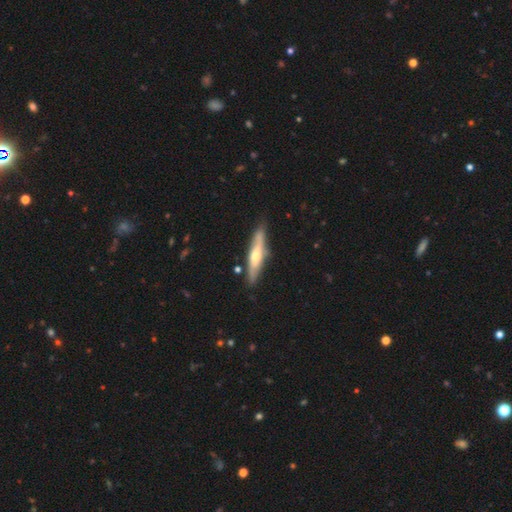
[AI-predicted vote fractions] Smooth or featured? featured or disk (54%)
Edge-on disk? yes (88%)
Merging? none (81%)